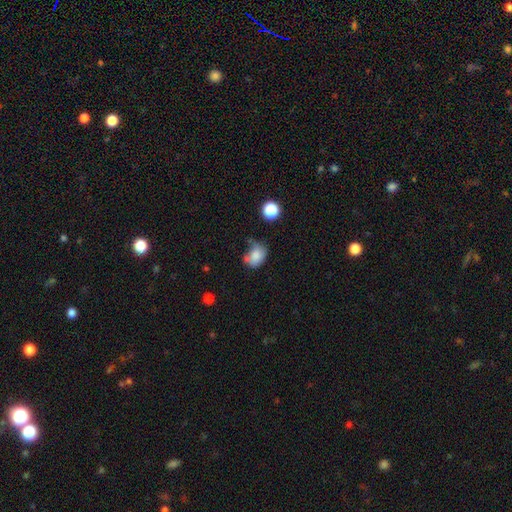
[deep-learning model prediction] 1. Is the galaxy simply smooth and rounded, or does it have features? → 78% smooth, 11% featured or disk, 10% star or artifact.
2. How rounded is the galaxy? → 59% in between, 40% round, 1% cigar-shaped.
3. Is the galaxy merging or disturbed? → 40% none, 32% minor disturbance, 15% major disturbance, 13% merger.